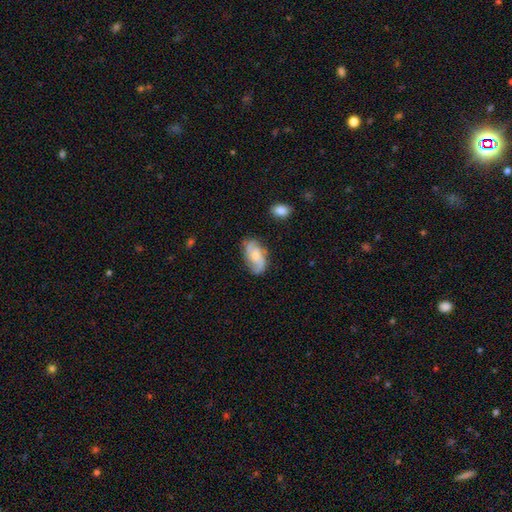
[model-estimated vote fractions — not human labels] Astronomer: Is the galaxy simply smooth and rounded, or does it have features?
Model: featured or disk — 68%.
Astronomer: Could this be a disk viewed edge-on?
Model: no — 96%.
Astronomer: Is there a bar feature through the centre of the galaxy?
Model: no — 59% (runner-up: weak, 35%).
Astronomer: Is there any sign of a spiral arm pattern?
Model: yes — 92%.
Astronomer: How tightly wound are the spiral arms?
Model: medium — 45% (runner-up: loose, 33%).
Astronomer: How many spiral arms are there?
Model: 2 — 79%.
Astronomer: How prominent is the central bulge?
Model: small — 46% (runner-up: moderate, 40%).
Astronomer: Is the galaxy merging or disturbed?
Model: none — 72%.